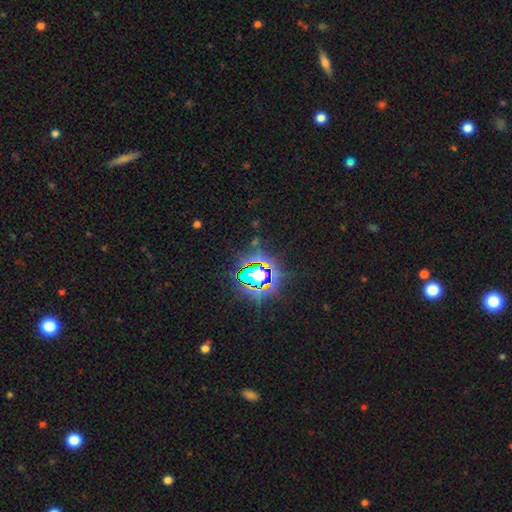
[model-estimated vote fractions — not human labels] This is clearly a star or artifact rather than a galaxy (84%).